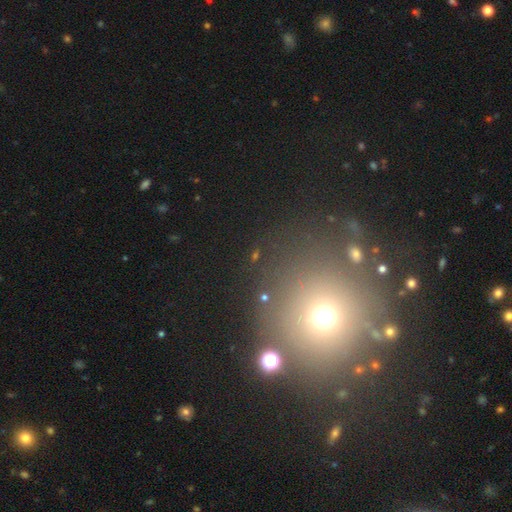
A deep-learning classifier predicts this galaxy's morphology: smooth_or_featured: star or artifact (p=0.49) [alt: smooth p=0.39]